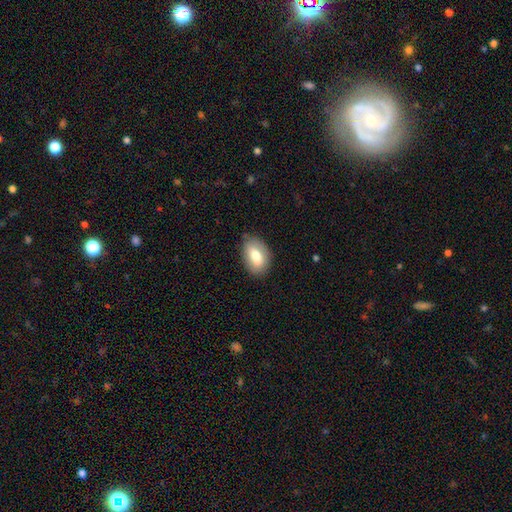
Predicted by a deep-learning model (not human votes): Smooth or featured? smooth (73%)
How rounded? in between (90%)
Merging? none (83%)